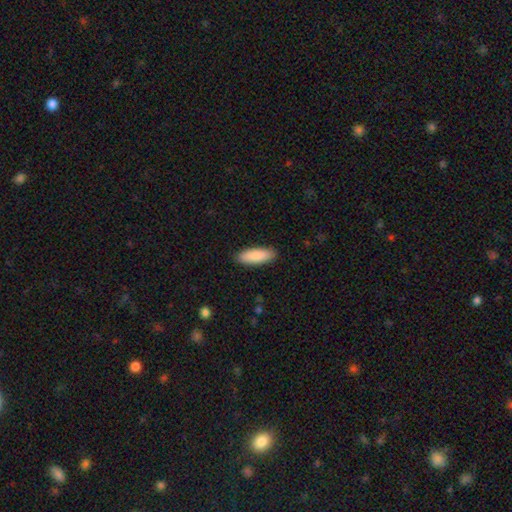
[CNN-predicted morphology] A smooth galaxy with no disk features (88%) that is in between round and cigar-shaped (62%).

Vote fractions:
- Smooth or featured? smooth: 88% / featured or disk: 6% / star or artifact: 5%
- How rounded? in between: 62% / cigar-shaped: 36% / round: 1%
- Merging? none: 89% / minor disturbance: 8% / major disturbance: 2% / merger: 1%